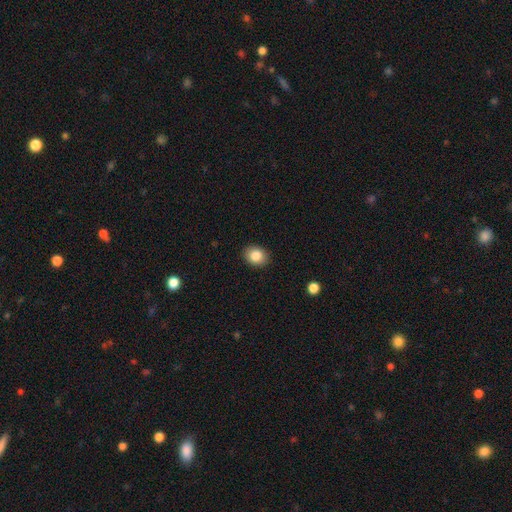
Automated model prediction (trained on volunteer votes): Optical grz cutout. It shows a smooth galaxy with no disk features (85%) that is in between round and cigar-shaped (53%). Merging: none (89%).